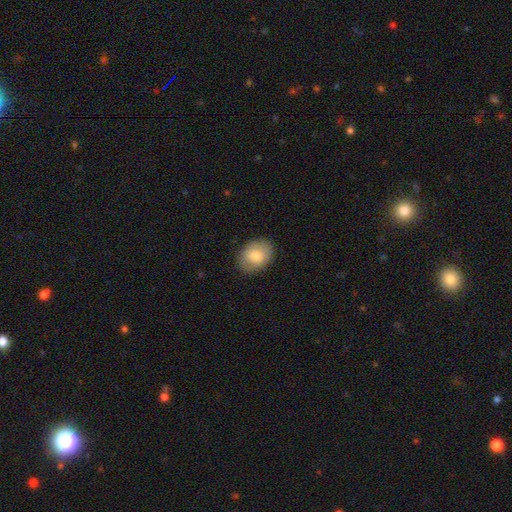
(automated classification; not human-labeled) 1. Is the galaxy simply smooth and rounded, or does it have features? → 77% smooth, 16% featured or disk, 7% star or artifact.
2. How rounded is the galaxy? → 71% in between, 28% round, 1% cigar-shaped.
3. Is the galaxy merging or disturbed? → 85% none, 11% minor disturbance, 3% major disturbance, 1% merger.